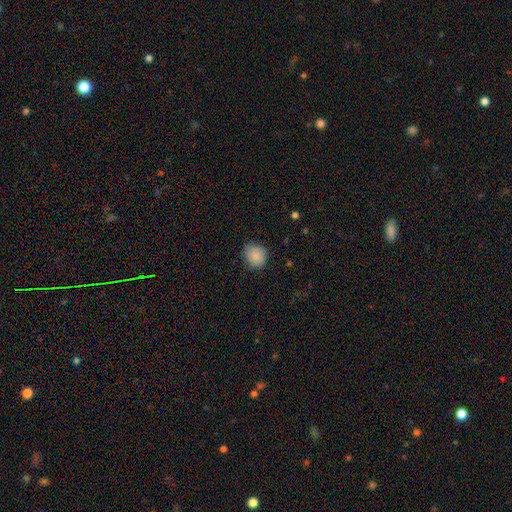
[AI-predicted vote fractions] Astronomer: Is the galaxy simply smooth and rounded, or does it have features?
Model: smooth — 85%.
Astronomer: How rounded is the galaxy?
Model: round — 74%.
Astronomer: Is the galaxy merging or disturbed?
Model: none — 73%.